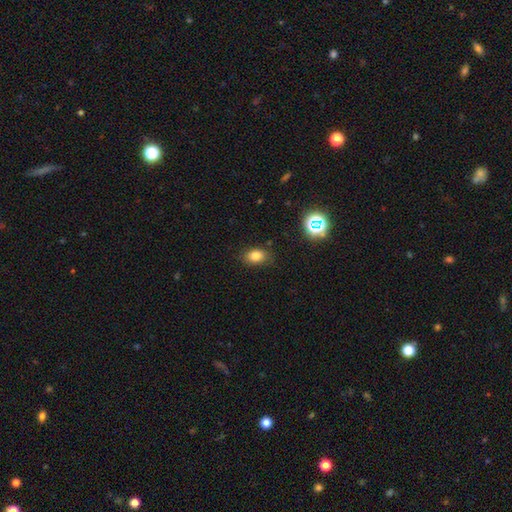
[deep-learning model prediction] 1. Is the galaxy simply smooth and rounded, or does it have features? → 78% smooth, 14% star or artifact, 8% featured or disk.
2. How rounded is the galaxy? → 81% in between, 17% round, 1% cigar-shaped.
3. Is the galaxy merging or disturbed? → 83% none, 13% minor disturbance, 3% major disturbance, 2% merger.